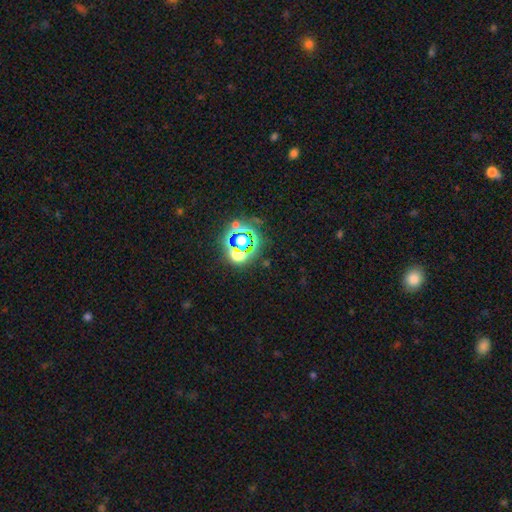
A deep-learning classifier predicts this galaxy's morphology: The model was most divided on "smooth or featured": star or artifact: 79%, smooth: 14%, featured or disk: 7%.